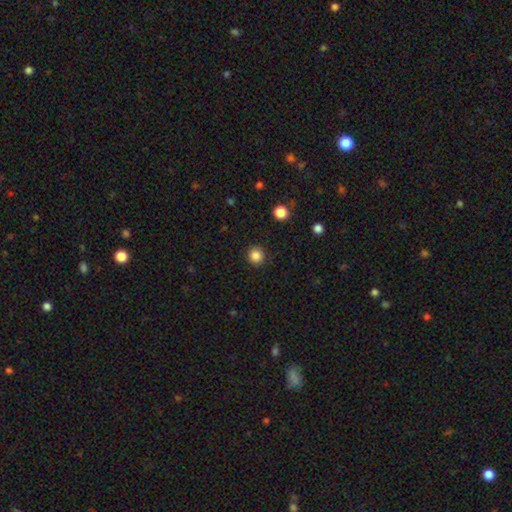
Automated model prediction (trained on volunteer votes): A smooth galaxy with no disk features (85%) that is round (92%). Merging: none (91%).